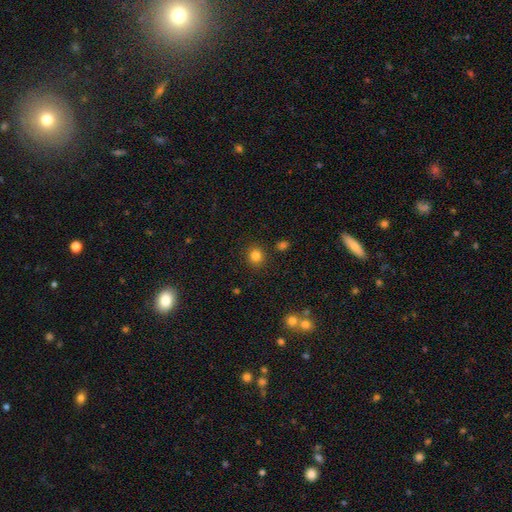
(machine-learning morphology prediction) This appears to be a smooth galaxy with no disk features (82%) that is round (89%). Merging: none (88%).